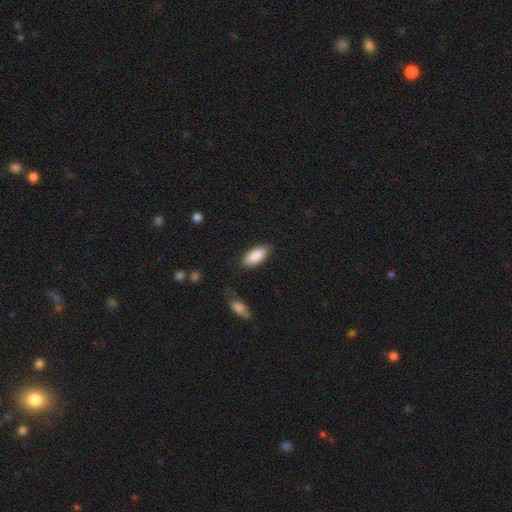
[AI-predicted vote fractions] smooth_or_featured: smooth (p=0.89) [alt: star or artifact p=0.06]
how_rounded: in between (p=0.88) [alt: cigar-shaped p=0.10]
merging: none (p=0.81) [alt: minor disturbance p=0.14]